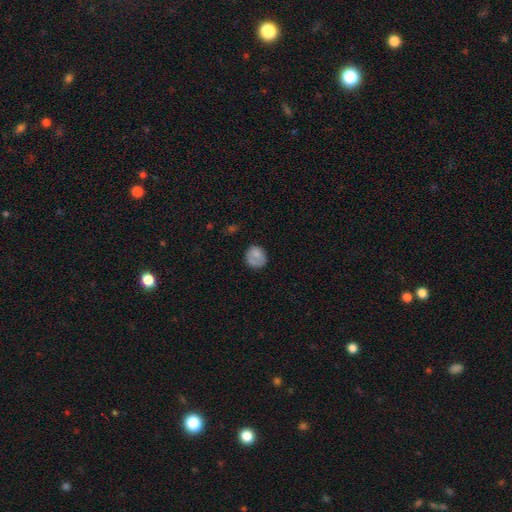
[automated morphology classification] Smooth or featured? smooth (76%)
How rounded? round (75%)
Merging? none (65%)